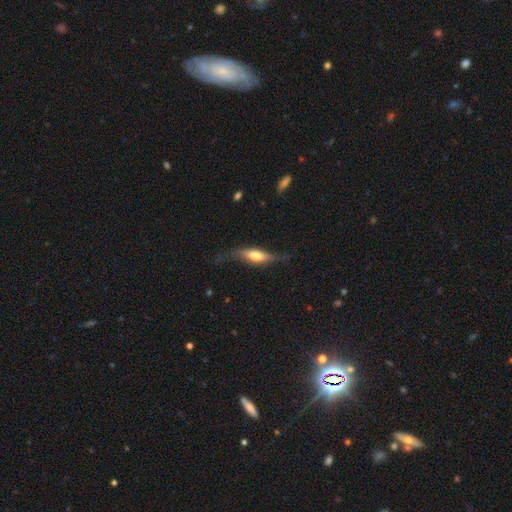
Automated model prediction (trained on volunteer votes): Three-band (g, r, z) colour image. It shows a featured or disk galaxy (55%) viewed edge-on (74%). Merging: none (57%).